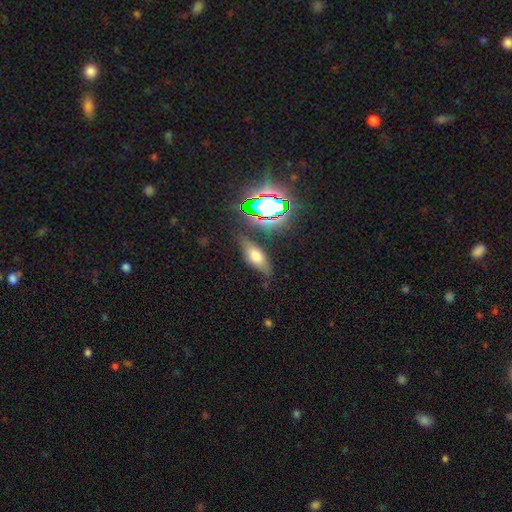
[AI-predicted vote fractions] This is possibly a smooth galaxy (58%). How rounded: likely in between (72%). Merging: likely none (73%).